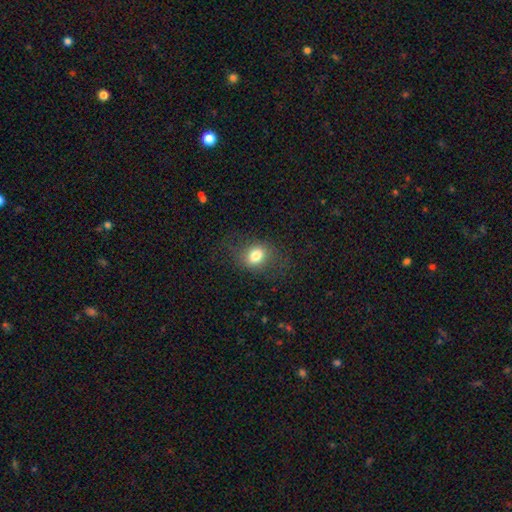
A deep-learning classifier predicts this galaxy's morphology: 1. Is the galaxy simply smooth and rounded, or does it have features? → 78% smooth, 12% featured or disk, 10% star or artifact.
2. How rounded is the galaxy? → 57% in between, 42% round, 1% cigar-shaped.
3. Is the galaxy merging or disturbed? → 72% none, 17% minor disturbance, 10% major disturbance, 1% merger.